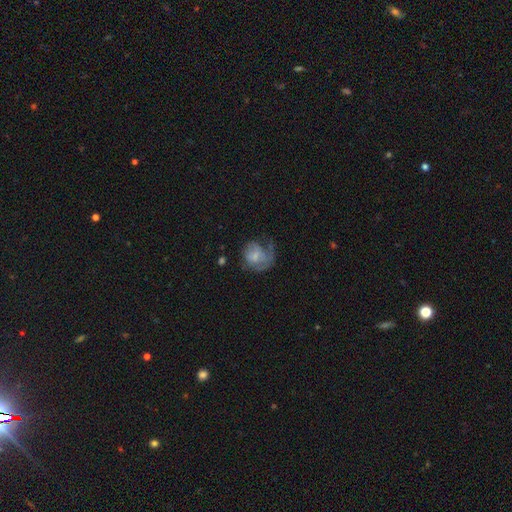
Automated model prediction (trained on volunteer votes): Morphology: type=smooth (46%, tied with featured or disk); merging=major disturbance (41%).